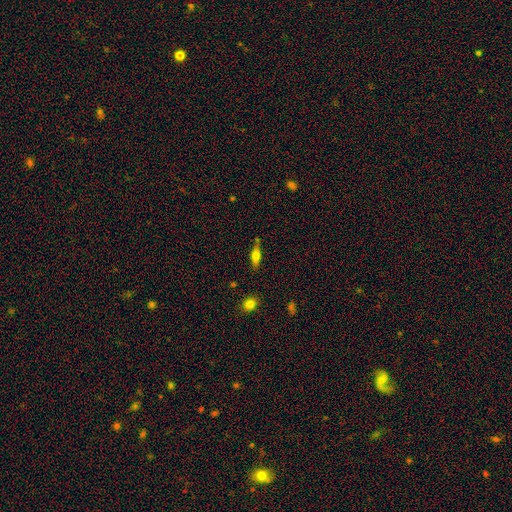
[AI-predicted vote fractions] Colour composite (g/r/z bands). It shows a smooth galaxy with no disk features (53%) that is cigar-shaped (51%). Merging: none (74%).